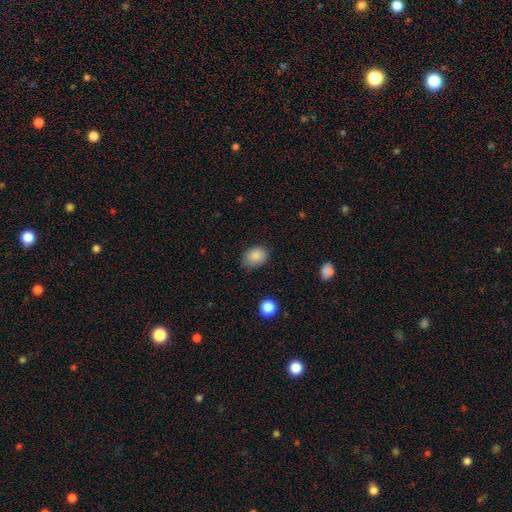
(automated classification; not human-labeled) Q: Smooth or featured?
A: smooth (87%); runner-up: star or artifact (9%)
Q: How rounded?
A: in between (62%); runner-up: round (38%)
Q: Merging?
A: none (72%); runner-up: minor disturbance (22%)